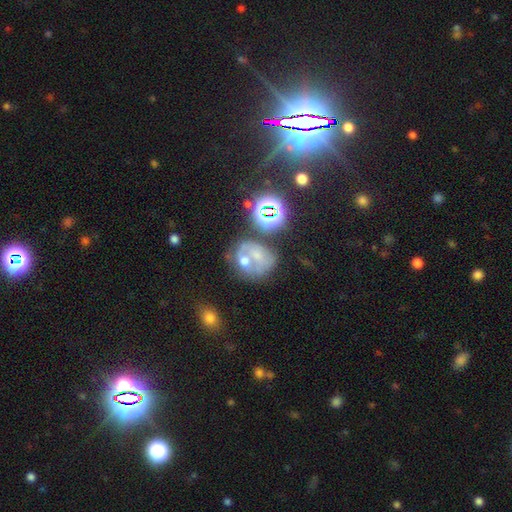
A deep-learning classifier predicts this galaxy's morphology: Smooth or featured?
  - featured or disk: 41% *
  - smooth: 35%
  - star or artifact: 24%
Merging?
  - merger: 43% *
  - none: 30%
  - major disturbance: 14%
  - minor disturbance: 13%